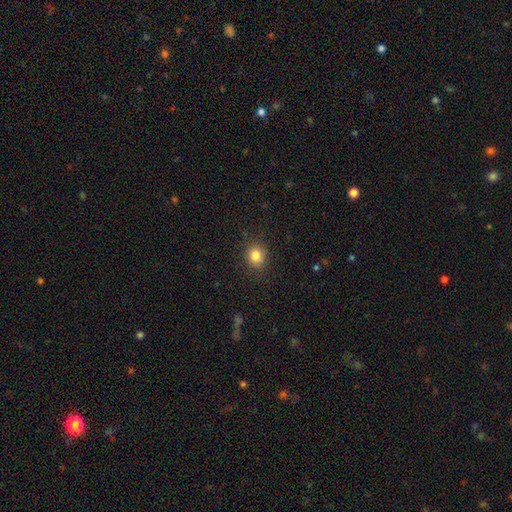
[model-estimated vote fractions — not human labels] smooth 83%, star or artifact 11%, featured or disk 6%. Down the decision tree: how rounded — round (71%); merging — none (87%).